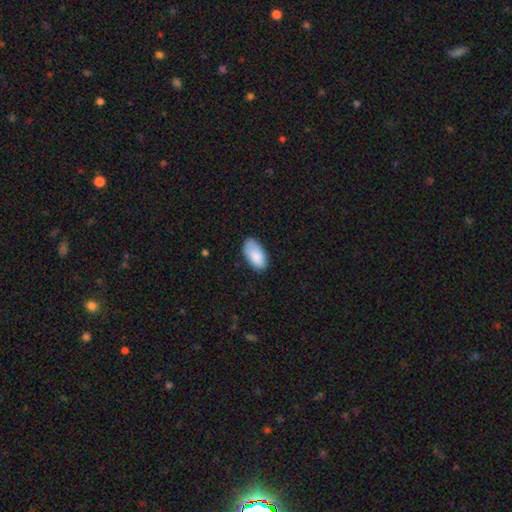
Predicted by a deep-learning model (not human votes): Q: Smooth or featured?
A: smooth (86%); runner-up: featured or disk (7%)
Q: How rounded?
A: in between (95%); runner-up: round (2%)
Q: Merging?
A: none (69%); runner-up: minor disturbance (24%)